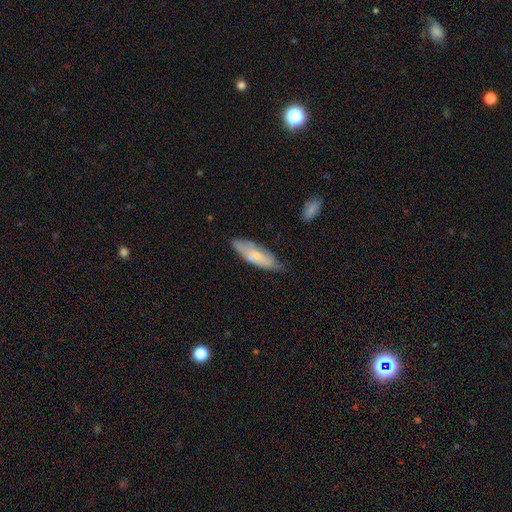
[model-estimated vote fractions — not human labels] smooth-or-featured: smooth: 61% | featured or disk: 33% | star or artifact: 6%
  how-rounded: in between: 57% | cigar-shaped: 41% | round: 2%
  merging: none: 61% | minor disturbance: 31% | major disturbance: 6% | merger: 2%